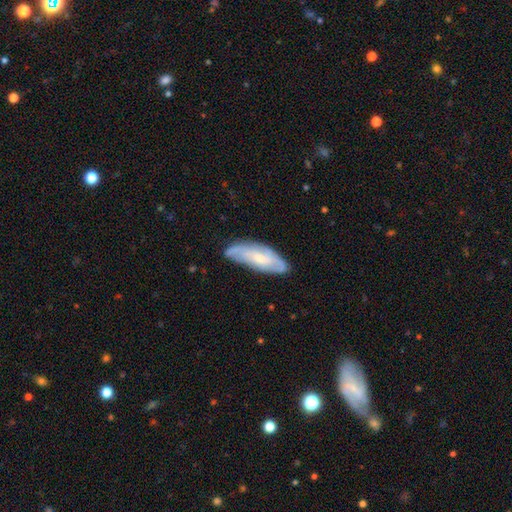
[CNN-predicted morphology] Smooth or featured? featured or disk (47%)
Merging? none (70%)